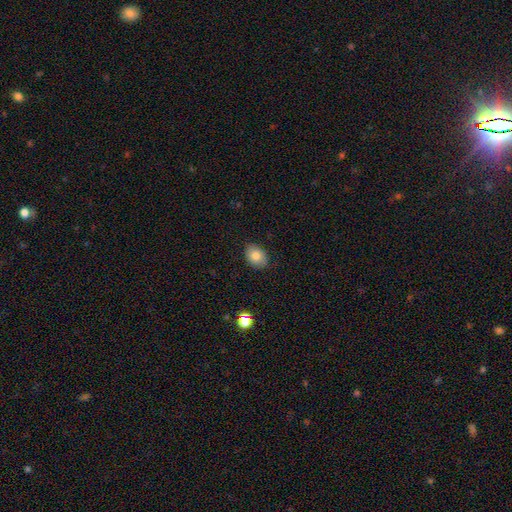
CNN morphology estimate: This appears to be a smooth galaxy with no disk features (82%) that is in between round and cigar-shaped (74%). Merging: none (86%).